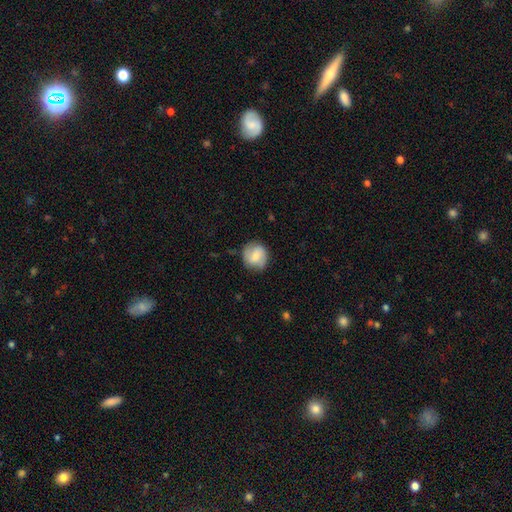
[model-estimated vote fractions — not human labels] Overall: smooth (61%; featured or disk 32%). How rounded: round (83%). Merging: none (77%).